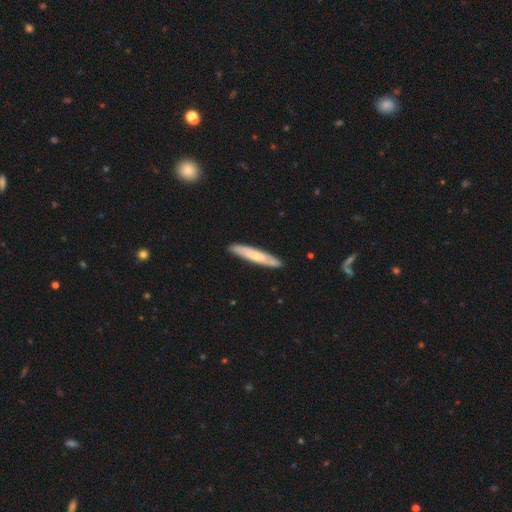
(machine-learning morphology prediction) Smooth or featured? Predicted: smooth (p=0.52). How rounded? Predicted: cigar-shaped (p=0.90). Merging? Predicted: none (p=0.87).